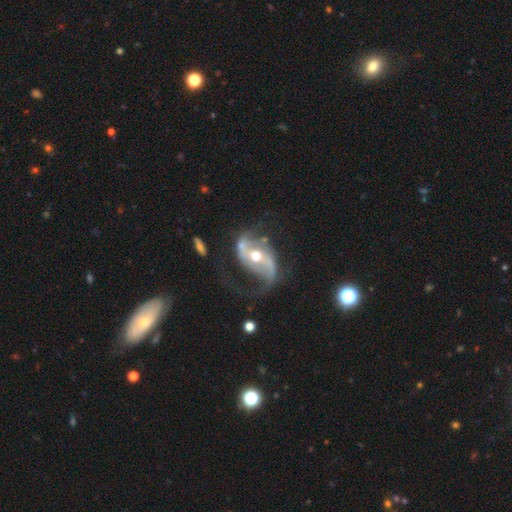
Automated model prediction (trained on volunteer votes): Smooth or featured? featured or disk (88%)
Edge-on disk? no (97%)
Bar? strong (36%)
Spiral arms? yes (95%)
Spiral winding? loose (66%)
Spiral arm count? 2 (89%)
Bulge size? moderate (69%)
Merging? none (56%)